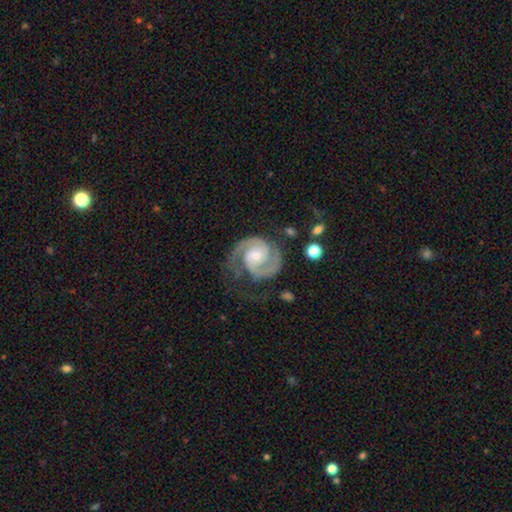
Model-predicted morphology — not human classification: type=featured or disk (91%); edge-on=no (98%); bar=no (60%); spiral arms=yes (98%); winding=tight (51%); arm count=2 (89%); bulge=small (56%); merging=none (65%).